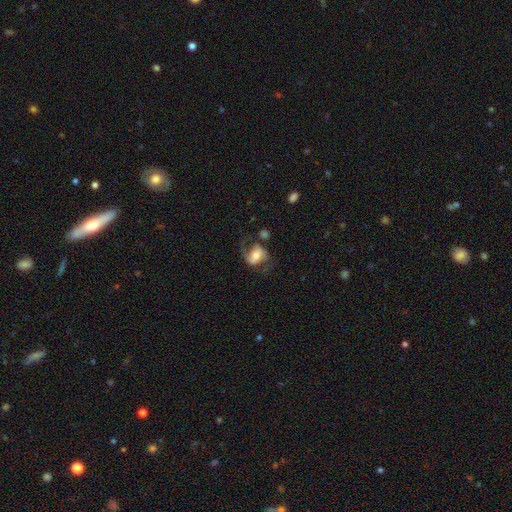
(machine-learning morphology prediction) Smooth or featured? Predicted: featured or disk (p=0.62). Edge-on disk? Predicted: no (p=0.96). Bar? Predicted: no (p=0.38). Spiral arms? Predicted: yes (p=0.86). Spiral winding? Predicted: loose (p=0.48). Spiral arm count? Predicted: 2 (p=0.83). Bulge size? Predicted: moderate (p=0.58). Merging? Predicted: none (p=0.54).